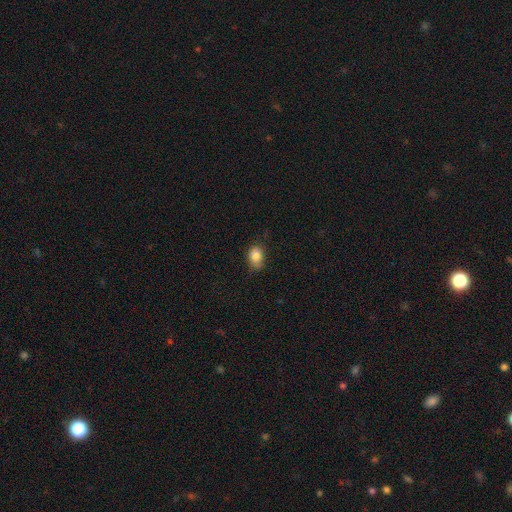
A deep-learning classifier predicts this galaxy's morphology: Smooth or featured: smooth — 83% (star or artifact — 10%)
How rounded: in between — 67% (round — 32%)
Merging: none — 55% (minor disturbance — 34%)